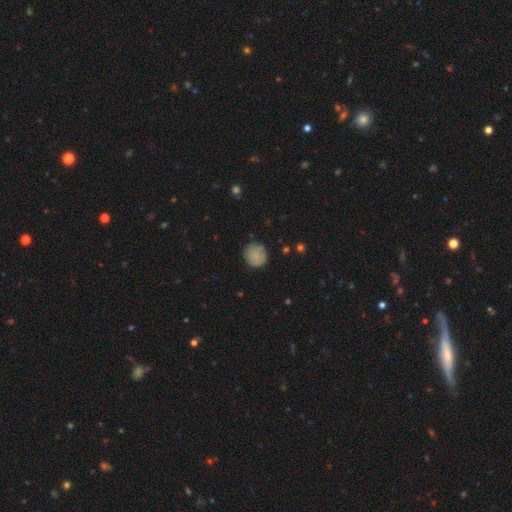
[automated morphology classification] Smooth or featured? Predicted: smooth (p=0.76). How rounded? Predicted: round (p=0.91). Merging? Predicted: none (p=0.79).